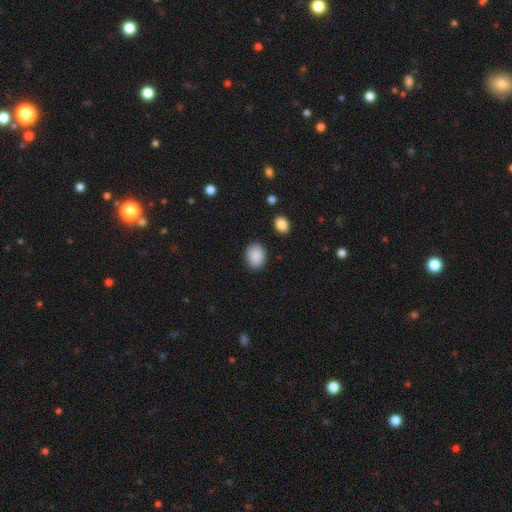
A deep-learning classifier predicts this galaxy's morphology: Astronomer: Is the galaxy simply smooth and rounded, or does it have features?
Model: smooth — 90%.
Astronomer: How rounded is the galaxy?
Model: in between — 59% (runner-up: round, 40%).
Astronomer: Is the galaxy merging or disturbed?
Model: none — 87%.